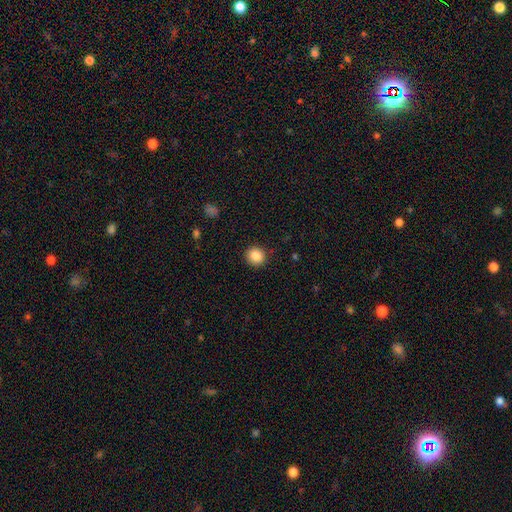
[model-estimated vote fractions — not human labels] This is clearly a smooth galaxy (87%). How rounded: clearly round (89%). Merging: clearly none (91%).